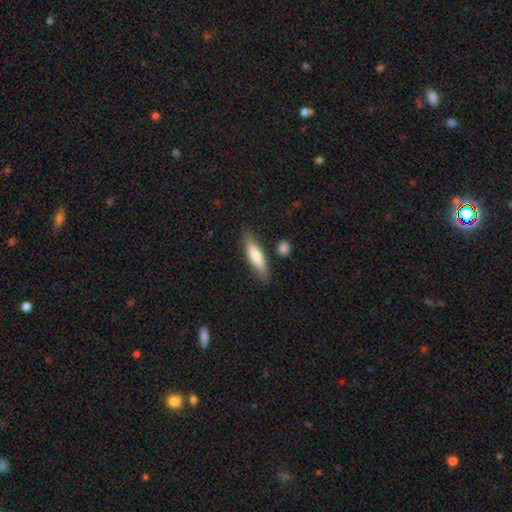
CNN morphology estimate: Smooth or featured? smooth (71%)
How rounded? cigar-shaped (74%)
Merging? none (81%)